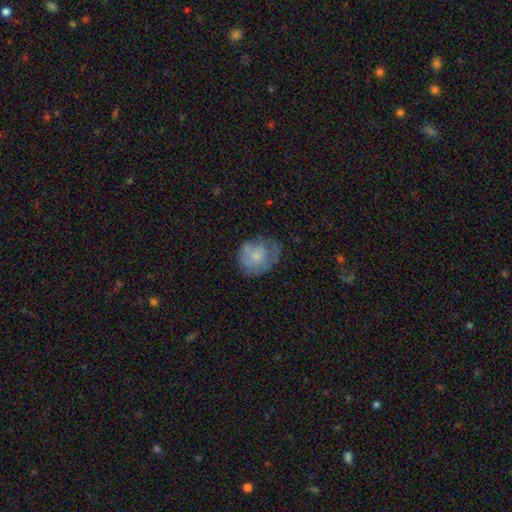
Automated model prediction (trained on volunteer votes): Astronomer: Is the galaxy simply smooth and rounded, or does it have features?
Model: smooth — 64%.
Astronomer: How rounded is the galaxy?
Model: round — 68%.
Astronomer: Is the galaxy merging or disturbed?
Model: none — 53% (runner-up: minor disturbance, 29%).